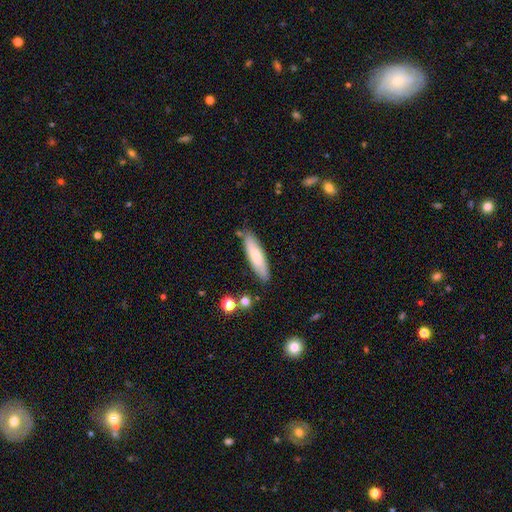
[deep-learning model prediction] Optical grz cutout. It shows a smooth galaxy with no disk features (71%) that is cigar-shaped (66%). Merging: none (82%).